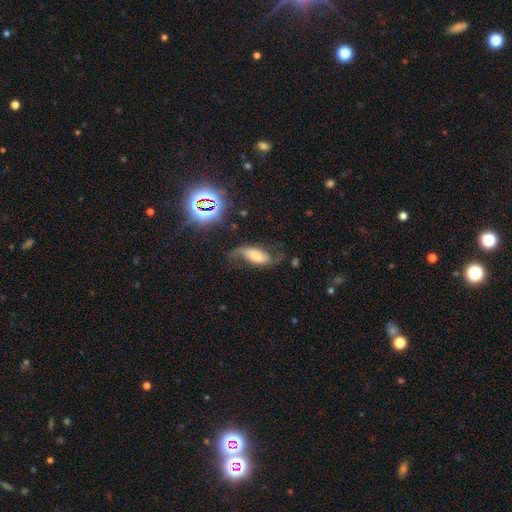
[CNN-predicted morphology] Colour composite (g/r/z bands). It shows a featured or disk galaxy (60%) with no bar (49%), spiral arms (90%) and a moderate central bulge (36%). Merging: none (55%).